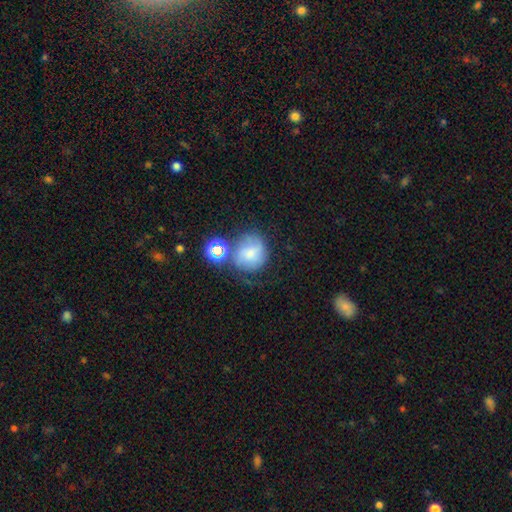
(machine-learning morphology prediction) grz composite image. It shows a smooth galaxy with no disk features (57%) that is round (77%). Merging: none (46%).